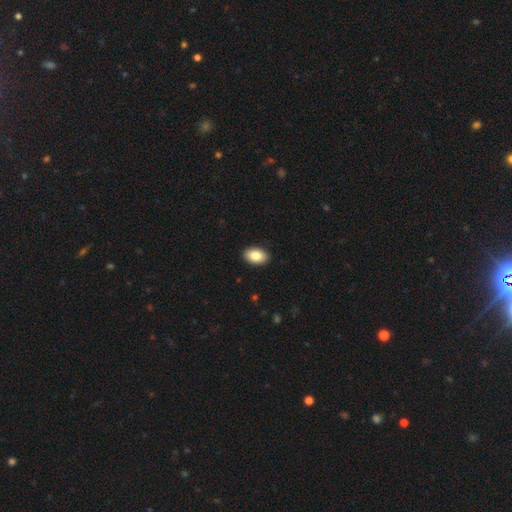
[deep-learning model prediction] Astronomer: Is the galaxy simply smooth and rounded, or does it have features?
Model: smooth — 86%.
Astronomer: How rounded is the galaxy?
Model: in between — 90%.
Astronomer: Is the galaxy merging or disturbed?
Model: none — 91%.